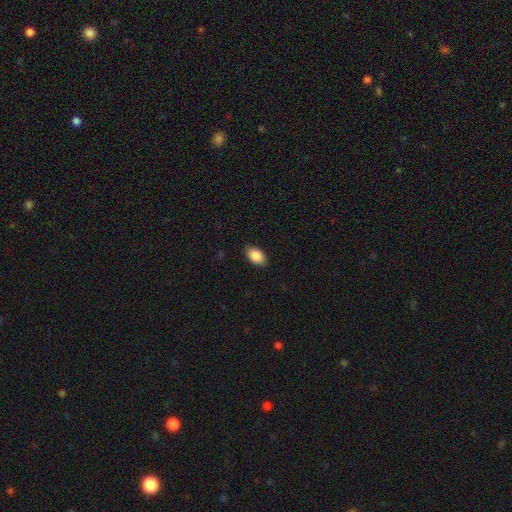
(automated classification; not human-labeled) smooth_or_featured: smooth (p=0.89) [alt: star or artifact p=0.07]
how_rounded: in between (p=0.92) [alt: round p=0.07]
merging: none (p=0.88) [alt: minor disturbance p=0.09]